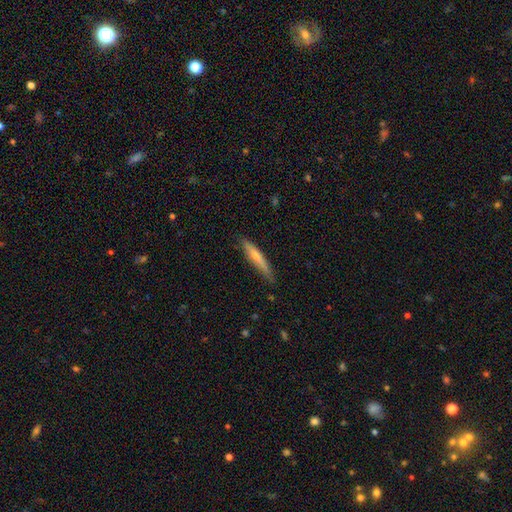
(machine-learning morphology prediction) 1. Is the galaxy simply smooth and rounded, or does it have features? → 49% smooth, 45% featured or disk, 6% star or artifact.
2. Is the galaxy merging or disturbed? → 79% none, 17% minor disturbance, 3% major disturbance, 1% merger.